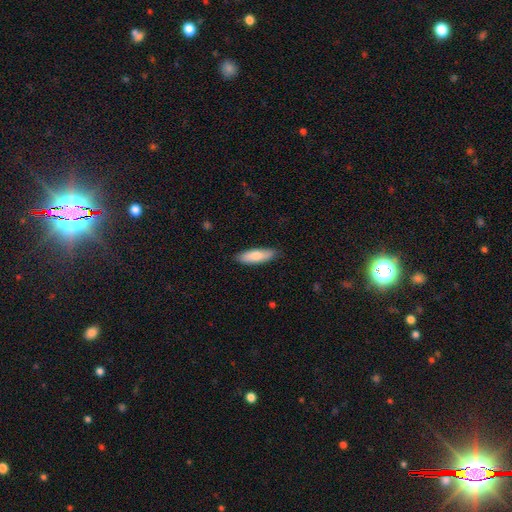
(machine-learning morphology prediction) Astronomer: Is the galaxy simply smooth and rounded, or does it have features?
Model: smooth — 79%.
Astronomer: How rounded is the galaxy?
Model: in between — 53% (runner-up: cigar-shaped, 45%).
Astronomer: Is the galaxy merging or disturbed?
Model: none — 87%.